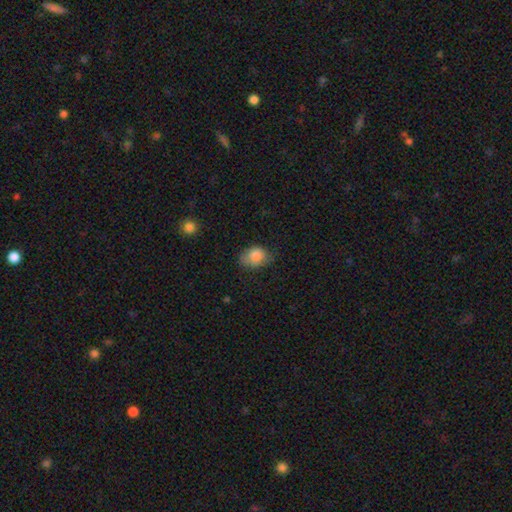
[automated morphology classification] The model was most divided on "merging": none: 61%, minor disturbance: 29%, major disturbance: 8%, merger: 2%. More confident: smooth or featured — smooth (85%); how rounded — in between (69%).